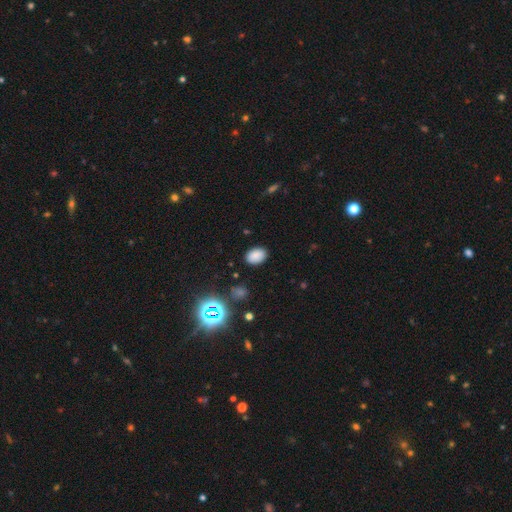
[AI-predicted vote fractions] smooth 83%, star or artifact 13%, featured or disk 4%. Down the decision tree: how rounded — in between (81%); merging — none (87%).